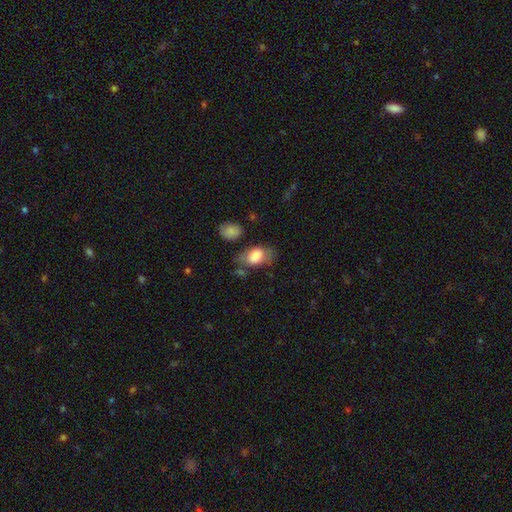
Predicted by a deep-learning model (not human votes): Smooth or featured: smooth — 73% (featured or disk — 20%)
How rounded: in between — 89% (round — 9%)
Merging: none — 55% (minor disturbance — 25%)